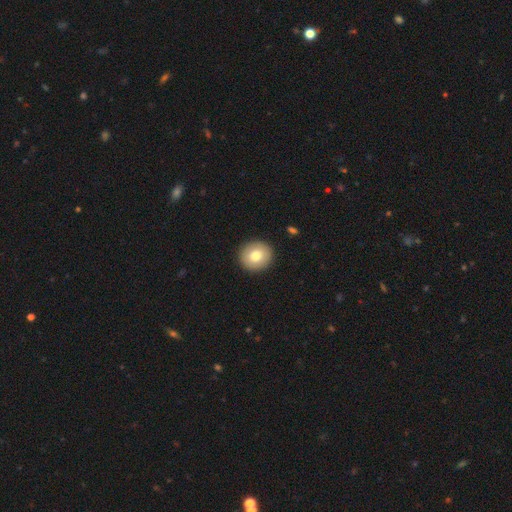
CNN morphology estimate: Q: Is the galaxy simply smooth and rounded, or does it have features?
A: smooth — 78%.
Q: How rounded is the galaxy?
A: round — 87%.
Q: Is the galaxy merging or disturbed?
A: none — 92%.